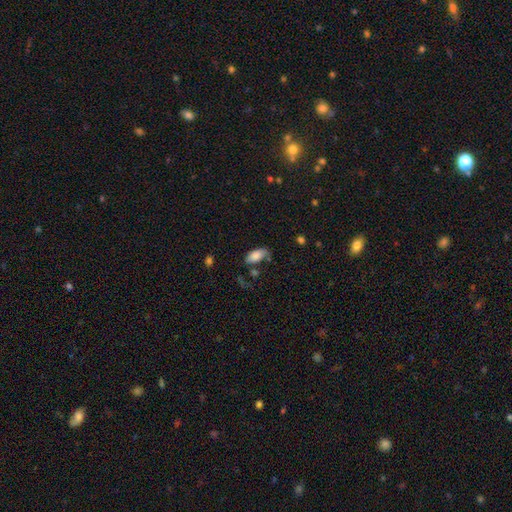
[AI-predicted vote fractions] Smooth or featured?
  - smooth: 82% *
  - featured or disk: 10%
  - star or artifact: 7%
How rounded?
  - in between: 91% *
  - cigar-shaped: 7%
  - round: 2%
Merging?
  - none: 59% *
  - minor disturbance: 26%
  - major disturbance: 8%
  - merger: 7%